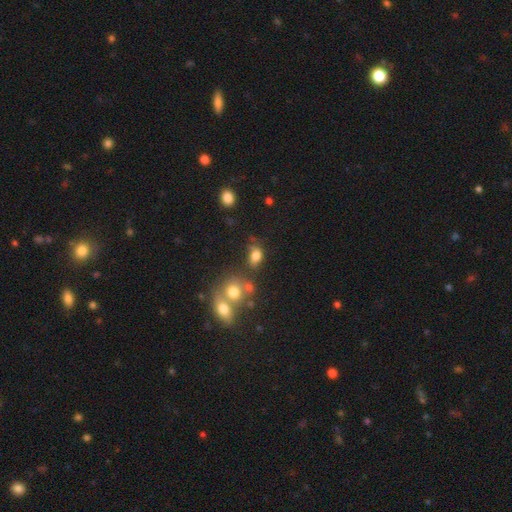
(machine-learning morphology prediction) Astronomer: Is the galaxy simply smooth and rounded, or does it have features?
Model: smooth — 77%.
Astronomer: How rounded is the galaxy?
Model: in between — 75%.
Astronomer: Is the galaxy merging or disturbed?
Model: none — 48%.